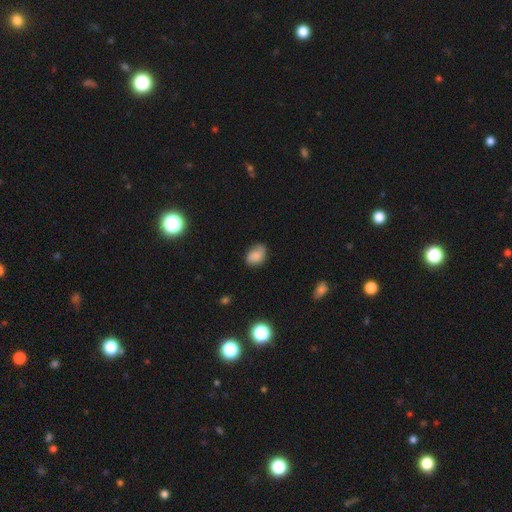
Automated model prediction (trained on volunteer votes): smooth-or-featured: smooth: 80% | featured or disk: 10% | star or artifact: 10%
  how-rounded: in between: 75% | round: 24% | cigar-shaped: 1%
  merging: none: 67% | minor disturbance: 26% | major disturbance: 6% | merger: 2%